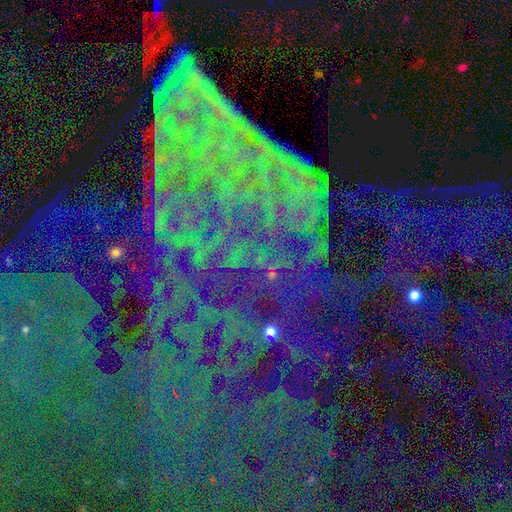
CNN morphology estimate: smooth-or-featured: star or artifact: 82% | featured or disk: 10% | smooth: 8%